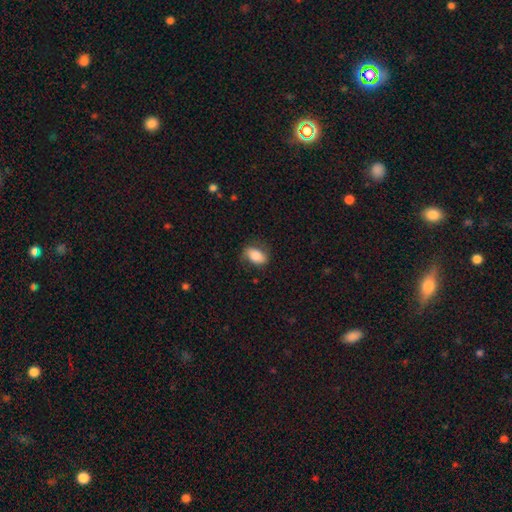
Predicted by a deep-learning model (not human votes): Overall: smooth (77%). How rounded: in between (88%). Merging: none (71%).